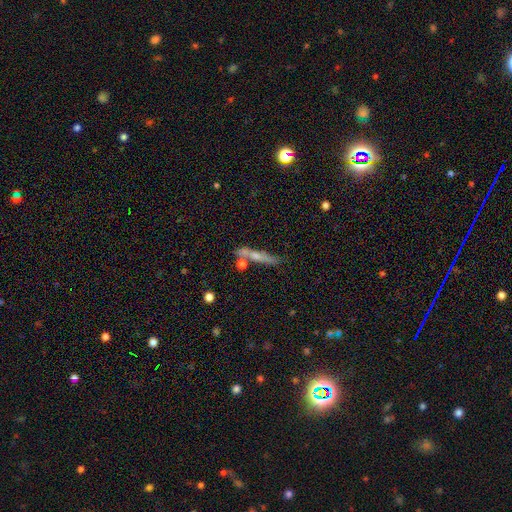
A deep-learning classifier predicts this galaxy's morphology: The model was most divided on "smooth or featured": featured or disk: 48%, smooth: 44%, star or artifact: 8%. More confident: merging — none (68%).